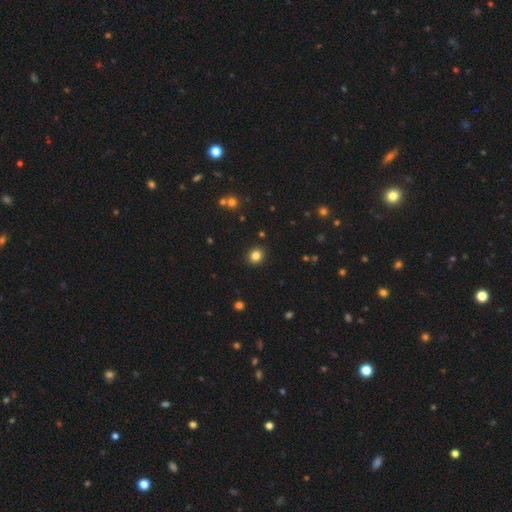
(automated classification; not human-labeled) Smooth or featured: smooth — 83% (star or artifact — 12%)
How rounded: round — 81% (in between — 18%)
Merging: none — 91% (minor disturbance — 6%)